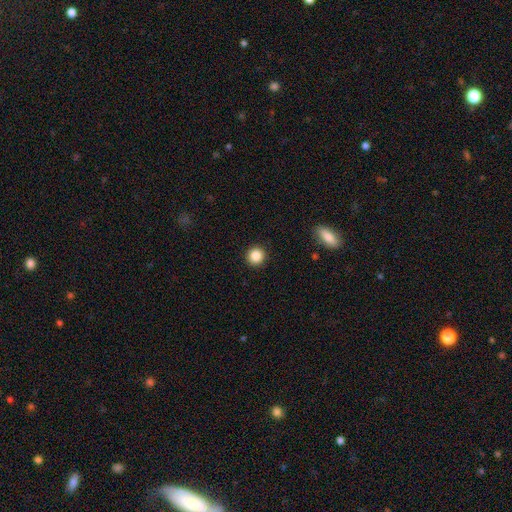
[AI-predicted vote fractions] Smooth or featured? smooth (86%)
How rounded? round (93%)
Merging? none (92%)